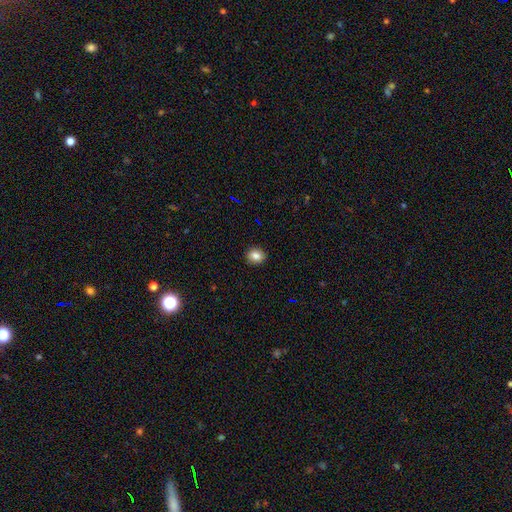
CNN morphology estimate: smooth_or_featured: smooth (p=0.84) [alt: star or artifact p=0.10]
how_rounded: round (p=0.66) [alt: in between p=0.33]
merging: none (p=0.91) [alt: minor disturbance p=0.07]